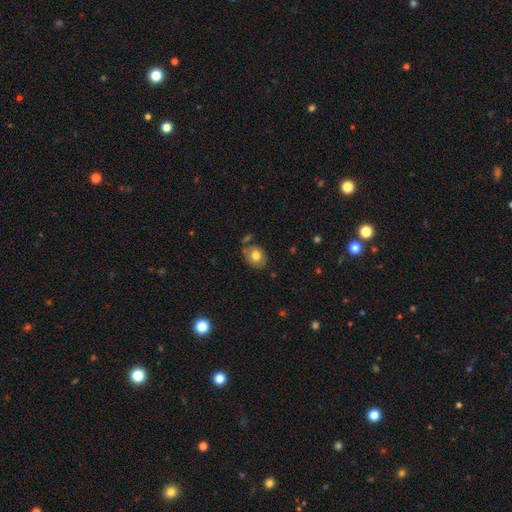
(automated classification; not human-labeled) smooth-or-featured: smooth: 74% | featured or disk: 17% | star or artifact: 9%
  how-rounded: in between: 54% | round: 46% | cigar-shaped: 1%
  merging: none: 70% | minor disturbance: 18% | merger: 7% | major disturbance: 5%